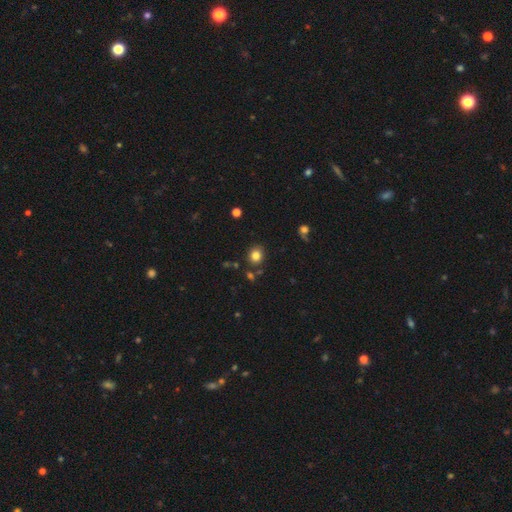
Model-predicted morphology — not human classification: Overall: smooth (81%). How rounded: round (81%). Merging: none (83%).